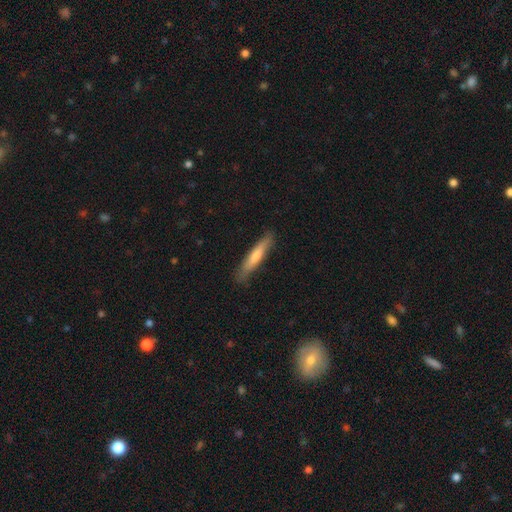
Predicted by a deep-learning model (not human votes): Overall: smooth (65%; featured or disk 30%). How rounded: cigar-shaped (91%). Merging: none (85%).